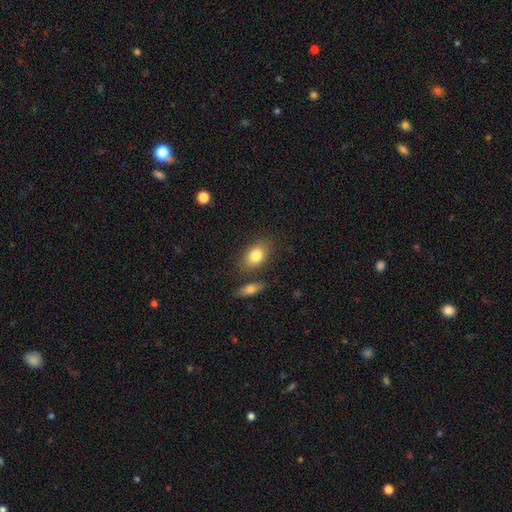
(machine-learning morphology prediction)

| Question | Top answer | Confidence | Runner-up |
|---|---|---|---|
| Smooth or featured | smooth | 82% | featured or disk (11%) |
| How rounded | in between | 84% | round (14%) |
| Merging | none | 75% | minor disturbance (12%) |